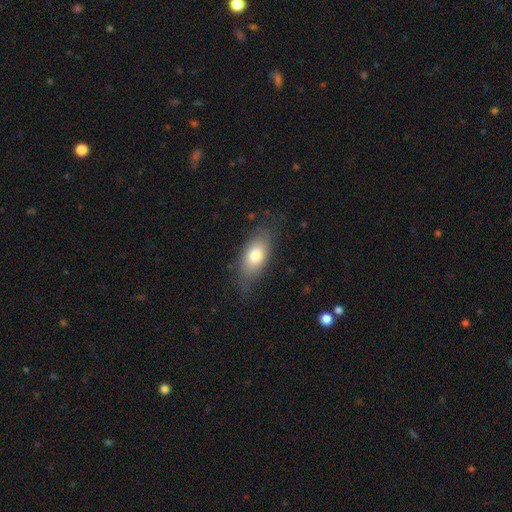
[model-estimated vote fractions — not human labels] The model was most divided on "merging": none: 70%, minor disturbance: 21%, major disturbance: 7%, merger: 1%. More confident: how rounded — in between (86%); smooth or featured — smooth (74%).